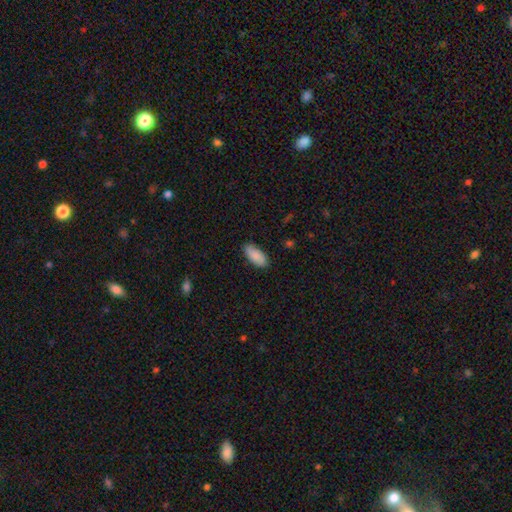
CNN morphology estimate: Smooth or featured? Predicted: smooth (p=0.89). How rounded? Predicted: in between (p=0.89). Merging? Predicted: none (p=0.86).